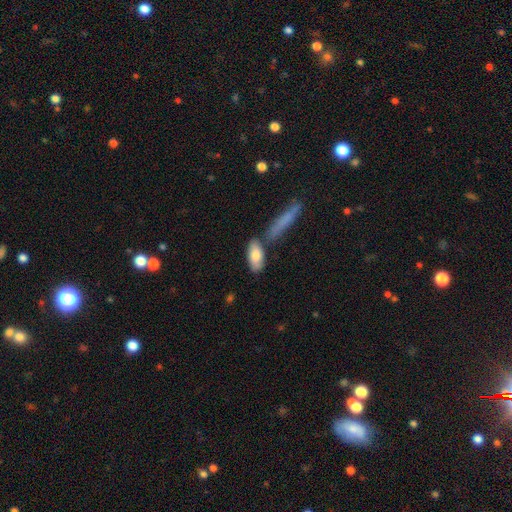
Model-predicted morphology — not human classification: type=smooth (77%); roundness=in between (84%); merging=none (66%).